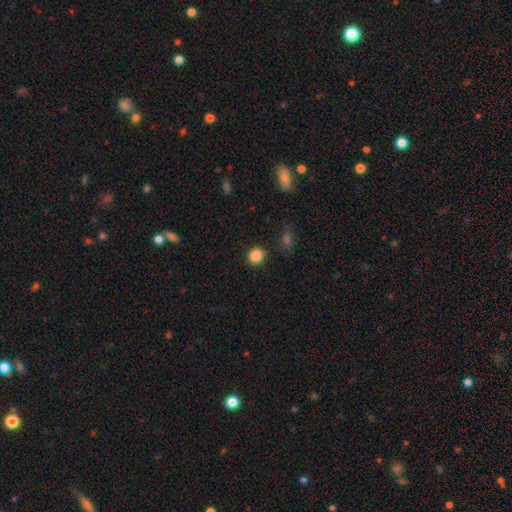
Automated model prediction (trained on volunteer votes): A smooth galaxy with no disk features (86%) that is round (83%). Merging: none (86%).